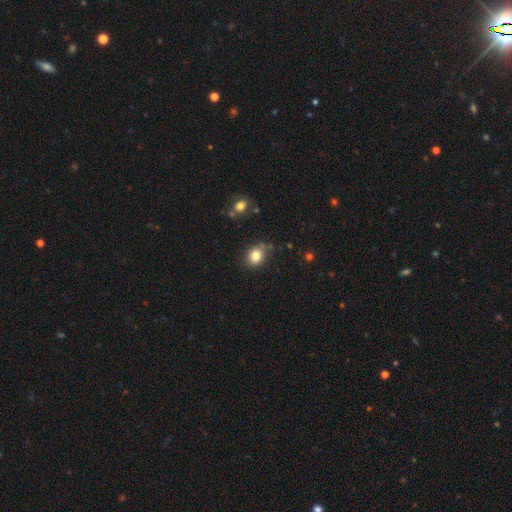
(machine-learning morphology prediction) Smooth or featured? smooth (83%)
How rounded? round (59%)
Merging? none (72%)